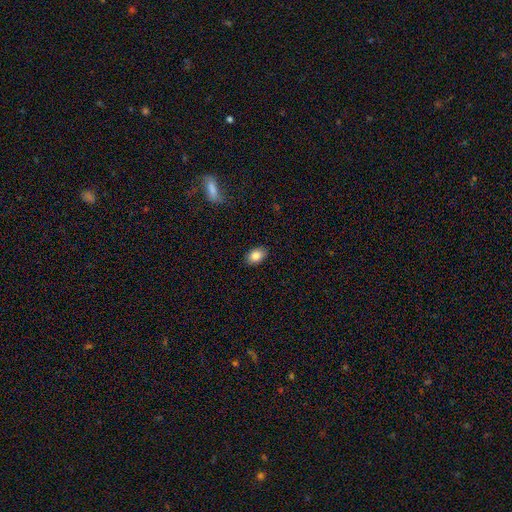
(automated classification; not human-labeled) Smooth or featured: smooth — 86% (star or artifact — 8%)
How rounded: in between — 84% (round — 15%)
Merging: none — 88% (minor disturbance — 9%)